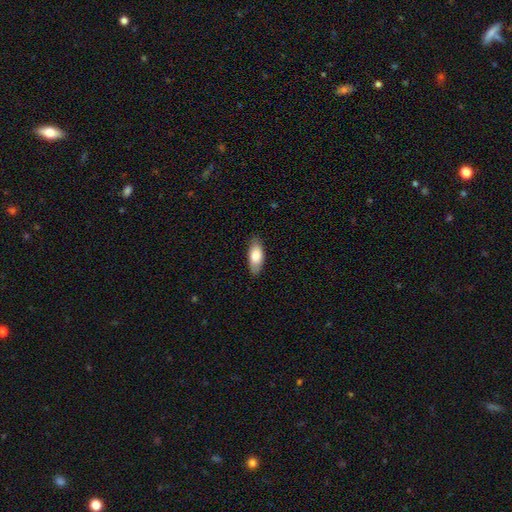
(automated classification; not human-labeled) This is clearly a smooth galaxy (81%). How rounded: clearly in between (84%). Merging: clearly none (85%).